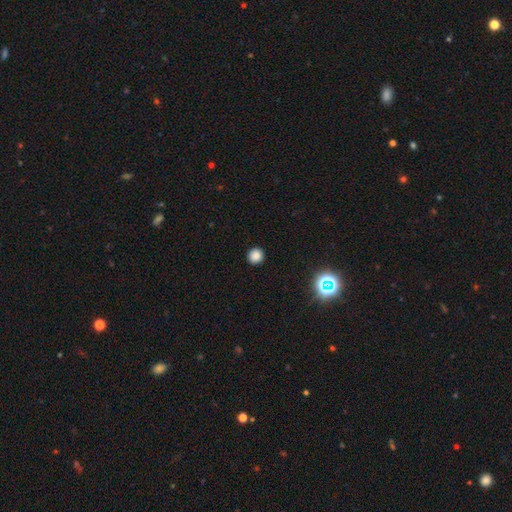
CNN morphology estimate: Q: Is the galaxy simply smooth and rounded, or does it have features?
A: smooth — 84%.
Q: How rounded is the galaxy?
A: round — 94%.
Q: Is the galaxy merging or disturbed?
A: none — 92%.